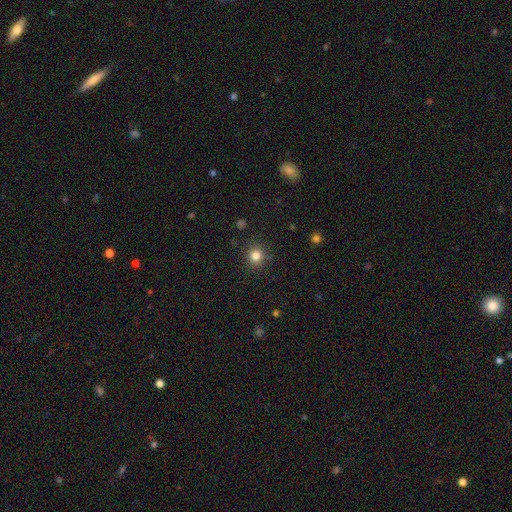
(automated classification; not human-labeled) Q: Smooth or featured?
A: smooth (82%); runner-up: star or artifact (13%)
Q: How rounded?
A: round (90%); runner-up: in between (9%)
Q: Merging?
A: none (89%); runner-up: minor disturbance (8%)